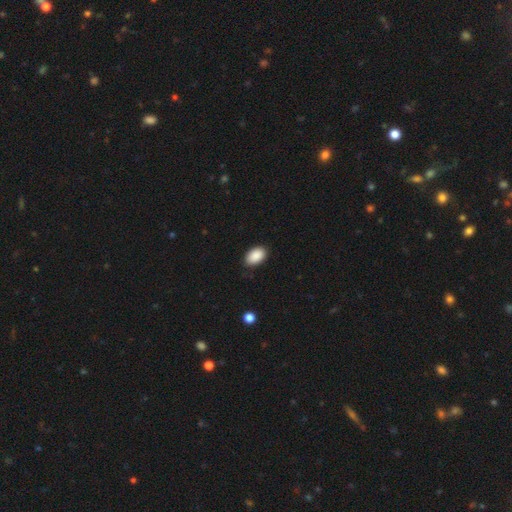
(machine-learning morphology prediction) The model was most divided on "merging": none: 86%, minor disturbance: 11%, major disturbance: 2%, merger: 1%. More confident: how rounded — in between (92%); smooth or featured — smooth (90%).